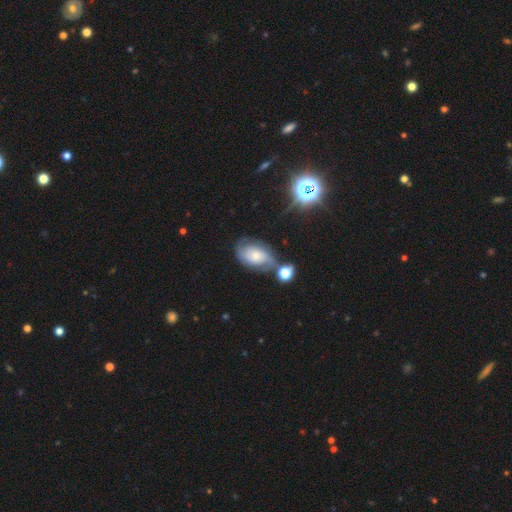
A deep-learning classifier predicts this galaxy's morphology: A featured or disk galaxy (62%) with no bar (71%), 2 (62%) medium (41%) spiral arms (87%) and a small central bulge (45%). Merging: none (47%).